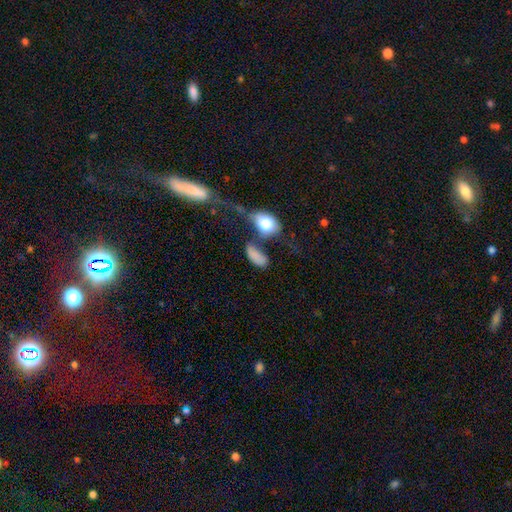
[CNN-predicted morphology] This appears to be a smooth galaxy with no disk features (80%) that is in between round and cigar-shaped (83%). Merging: none (35%).